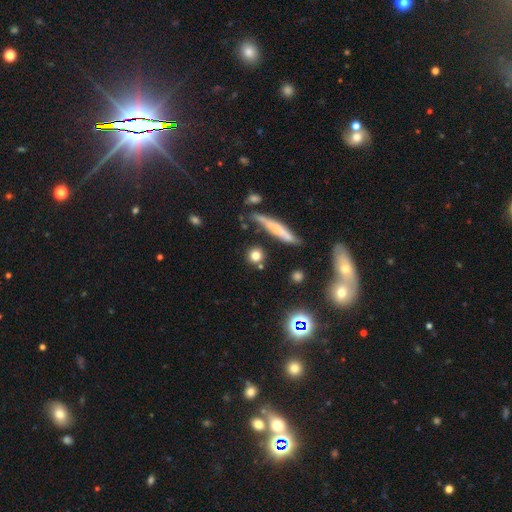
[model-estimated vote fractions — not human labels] Smooth or featured? smooth (76%)
How rounded? round (83%)
Merging? none (77%)